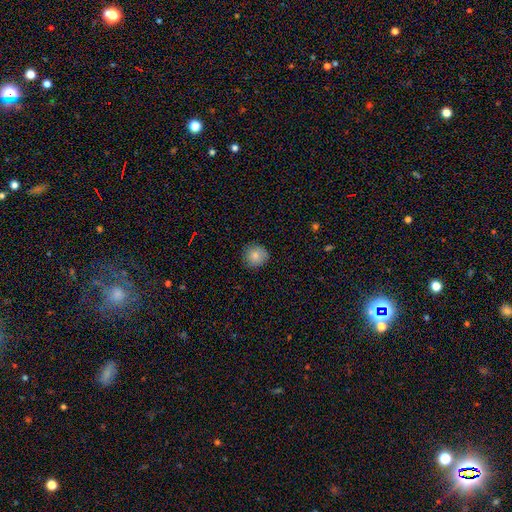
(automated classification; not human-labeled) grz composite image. It shows a smooth galaxy with no disk features (83%) that is round (92%). Merging: none (87%).